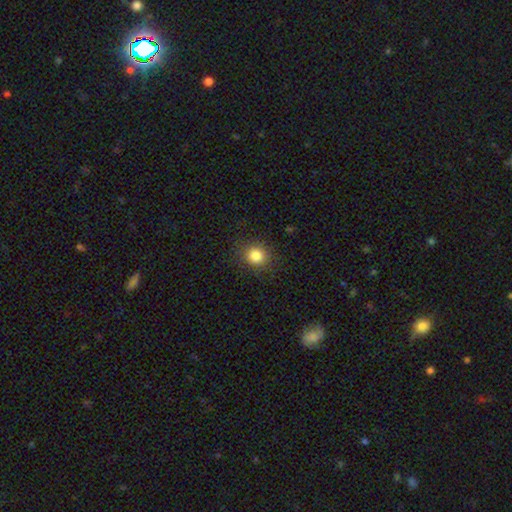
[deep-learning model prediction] smooth 84%, star or artifact 11%, featured or disk 5%. Down the decision tree: how rounded — round (85%); merging — none (88%).